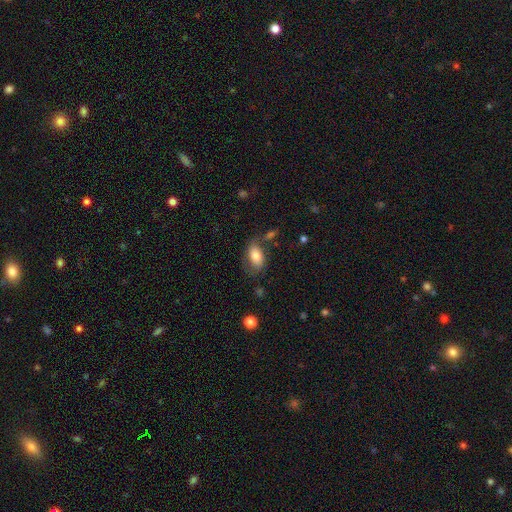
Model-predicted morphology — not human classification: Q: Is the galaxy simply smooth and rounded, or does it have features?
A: smooth — 73%.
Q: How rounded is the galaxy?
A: in between — 91%.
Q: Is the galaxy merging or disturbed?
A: none — 55%.